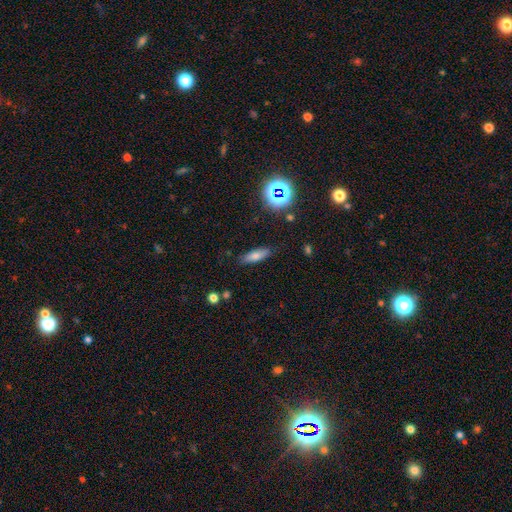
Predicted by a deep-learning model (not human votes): Q: Smooth or featured?
A: smooth (70%); runner-up: featured or disk (17%)
Q: How rounded?
A: in between (50%); runner-up: cigar-shaped (47%)
Q: Merging?
A: none (84%); runner-up: minor disturbance (11%)